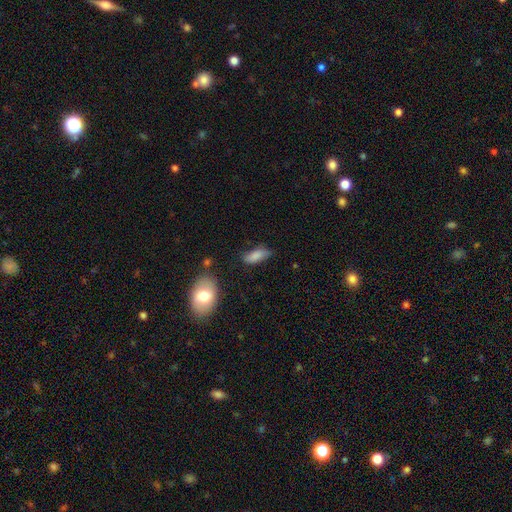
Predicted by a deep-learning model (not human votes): smooth_or_featured: smooth (p=0.81) [alt: featured or disk p=0.11]
how_rounded: in between (p=0.75) [alt: cigar-shaped p=0.22]
merging: none (p=0.63) [alt: minor disturbance p=0.27]